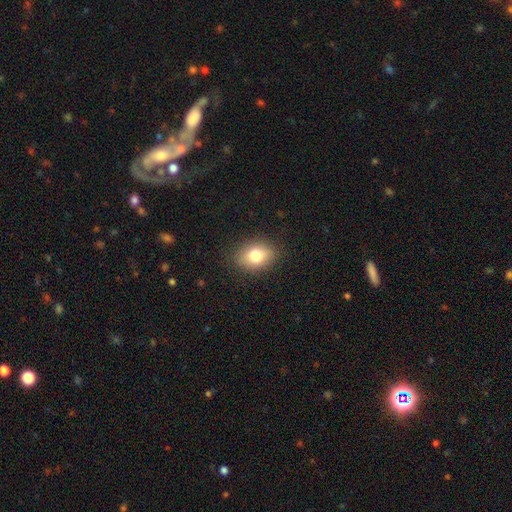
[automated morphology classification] type=smooth (78%); roundness=in between (71%); merging=none (86%).